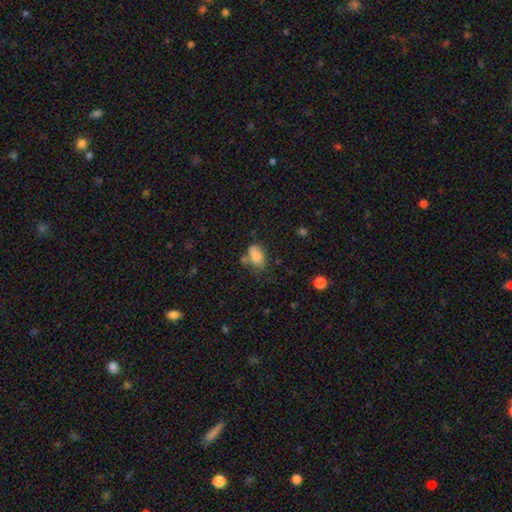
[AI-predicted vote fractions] Overall: smooth (82%). How rounded: in between (87%). Merging: none (49%; minor disturbance 27%).